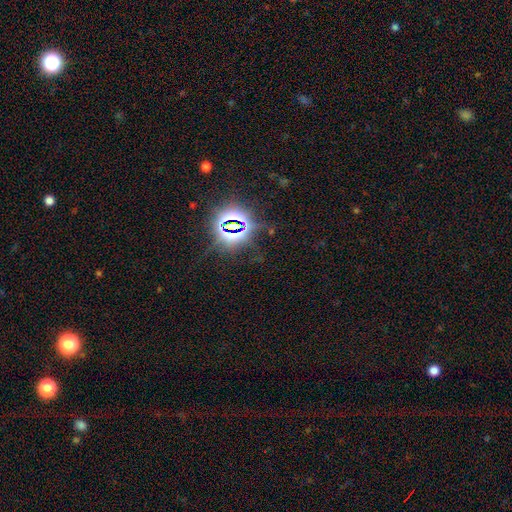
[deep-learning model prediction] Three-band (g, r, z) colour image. It shows a star or artifact, not a galaxy (82%).